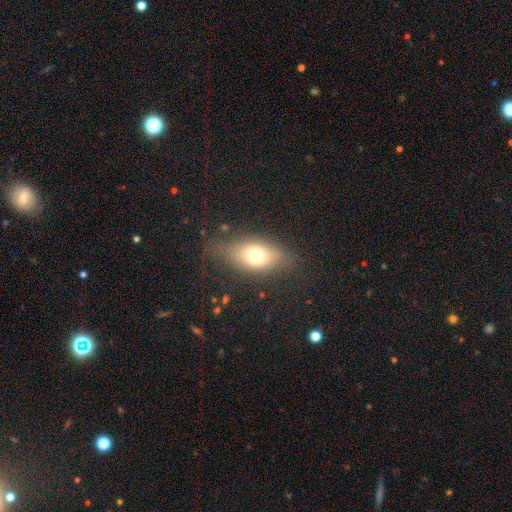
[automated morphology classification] A smooth galaxy with no disk features (68%) that is in between round and cigar-shaped (78%).

Vote fractions:
- Smooth or featured? smooth: 68% / featured or disk: 21% / star or artifact: 11%
- How rounded? in between: 78% / round: 15% / cigar-shaped: 7%
- Merging? none: 65% / minor disturbance: 20% / major disturbance: 13% / merger: 2%